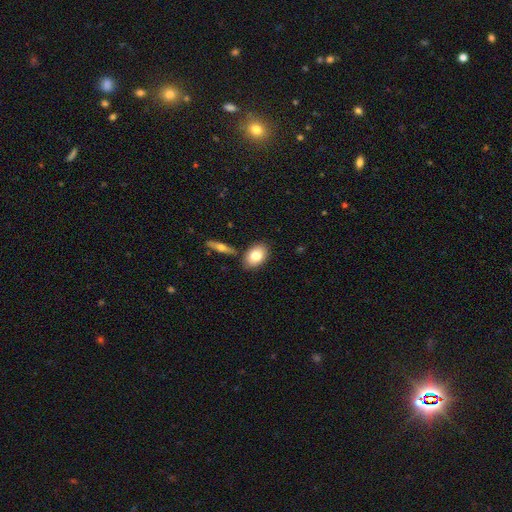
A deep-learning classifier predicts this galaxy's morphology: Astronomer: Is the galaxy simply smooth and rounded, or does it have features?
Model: smooth — 79%.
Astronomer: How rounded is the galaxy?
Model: in between — 84%.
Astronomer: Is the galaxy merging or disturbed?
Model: none — 80%.